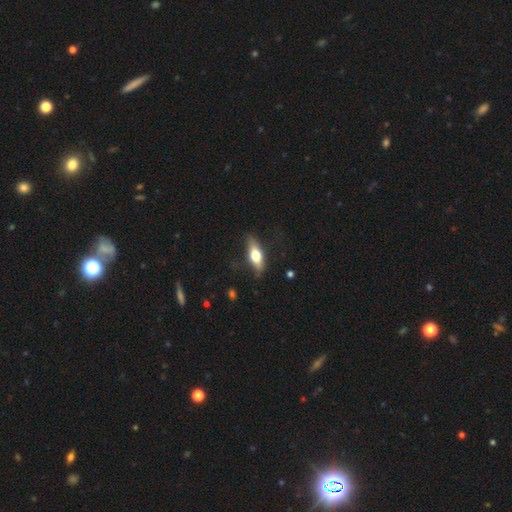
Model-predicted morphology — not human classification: smooth_or_featured: smooth (p=0.57) [alt: featured or disk p=0.37]
how_rounded: in between (p=0.57) [alt: cigar-shaped p=0.39]
merging: none (p=0.75) [alt: minor disturbance p=0.18]